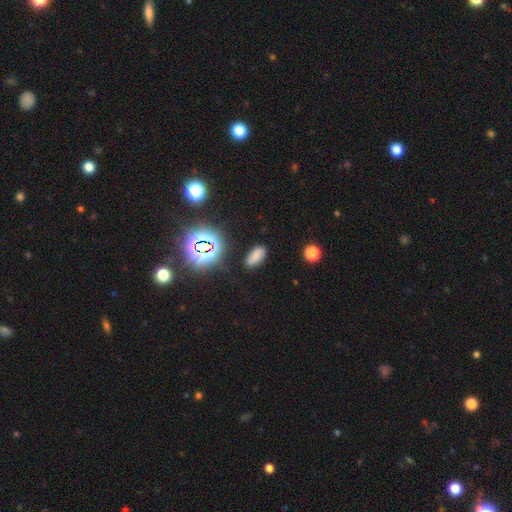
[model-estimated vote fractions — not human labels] Smooth or featured? smooth (69%)
How rounded? in between (88%)
Merging? none (82%)